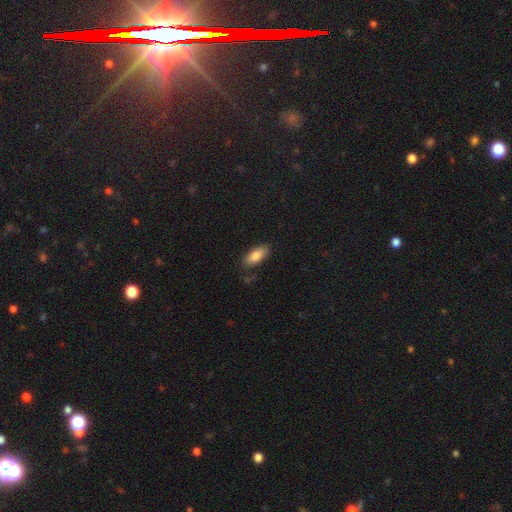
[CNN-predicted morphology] smooth-or-featured: smooth: 82% | featured or disk: 12% | star or artifact: 7%
  how-rounded: in between: 86% | cigar-shaped: 11% | round: 3%
  merging: none: 81% | minor disturbance: 14% | major disturbance: 3% | merger: 2%